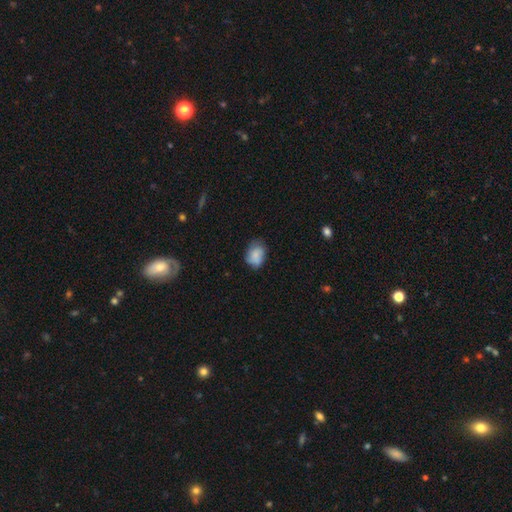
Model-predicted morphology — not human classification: A smooth galaxy with no disk features (79%) that is in between round and cigar-shaped (68%).

Vote fractions:
- Smooth or featured? smooth: 79% / featured or disk: 13% / star or artifact: 8%
- How rounded? in between: 68% / round: 31% / cigar-shaped: 1%
- Merging? none: 59% / minor disturbance: 30% / major disturbance: 8% / merger: 2%